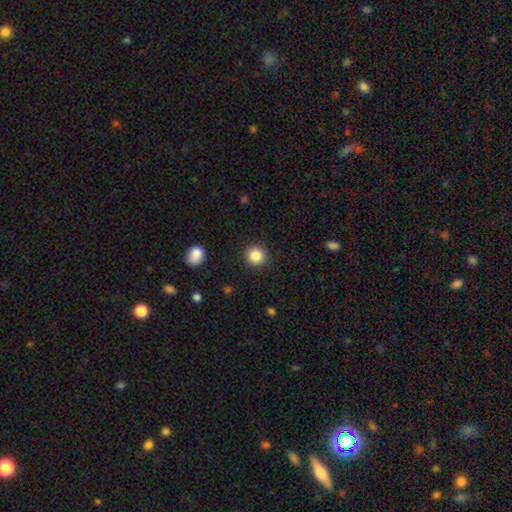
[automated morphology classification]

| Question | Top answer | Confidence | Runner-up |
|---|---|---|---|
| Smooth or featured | smooth | 86% | star or artifact (10%) |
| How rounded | round | 94% | in between (5%) |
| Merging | none | 91% | minor disturbance (5%) |